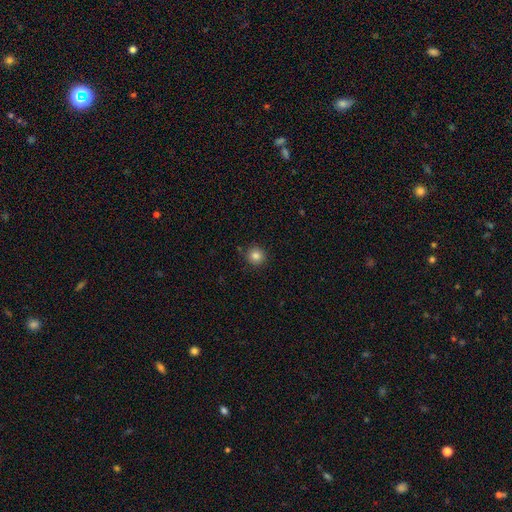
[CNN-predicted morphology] smooth 84%, star or artifact 11%, featured or disk 5%. Down the decision tree: how rounded — round (94%); merging — none (89%).